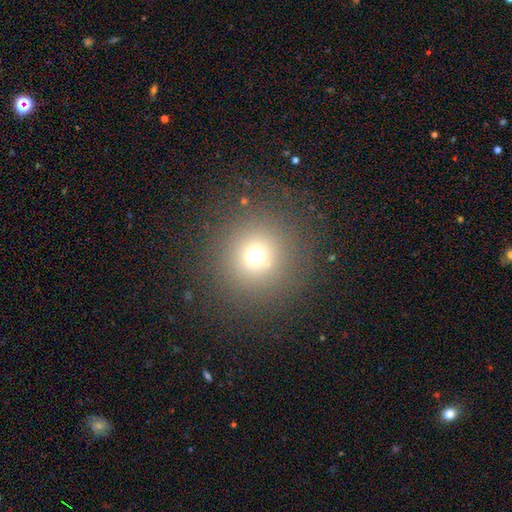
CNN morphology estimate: A smooth galaxy with no disk features (68%) that is round (95%).

Vote fractions:
- Smooth or featured? smooth: 68% / star or artifact: 22% / featured or disk: 10%
- How rounded? round: 95% / in between: 4% / cigar-shaped: 1%
- Merging? none: 86% / minor disturbance: 7% / major disturbance: 5% / merger: 2%